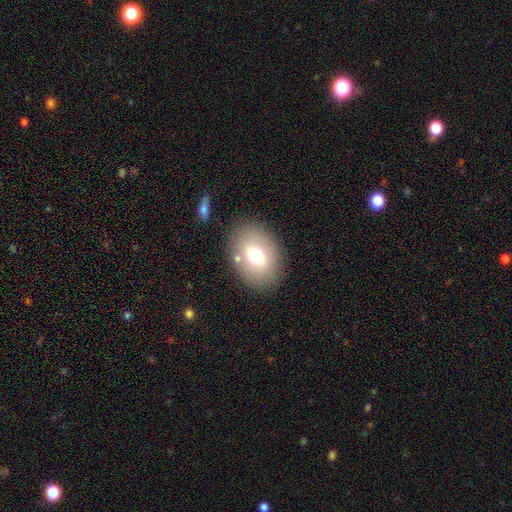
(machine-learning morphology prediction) Overall: smooth (68%). How rounded: in between (72%). Merging: none (81%).